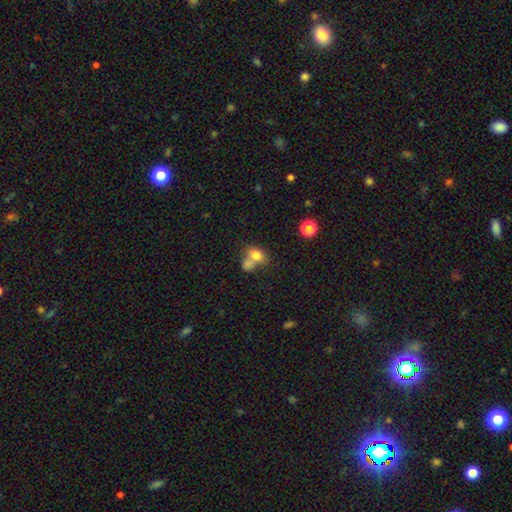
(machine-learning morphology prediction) Smooth or featured? Predicted: smooth (p=0.76). How rounded? Predicted: in between (p=0.68). Merging? Predicted: merger (p=0.56).